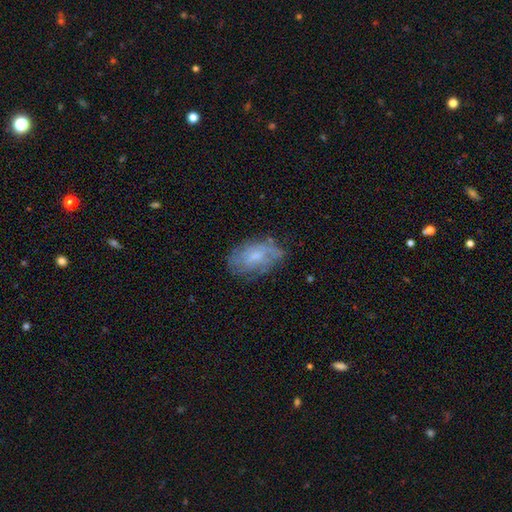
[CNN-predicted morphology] Smooth or featured: featured or disk — 48% (smooth — 43%)
Merging: none — 64% (minor disturbance — 25%)